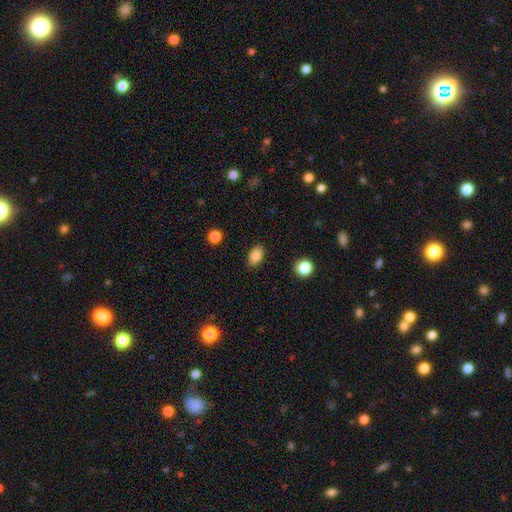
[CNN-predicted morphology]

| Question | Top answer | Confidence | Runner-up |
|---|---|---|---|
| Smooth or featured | smooth | 85% | star or artifact (9%) |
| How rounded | in between | 88% | round (10%) |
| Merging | none | 88% | minor disturbance (9%) |